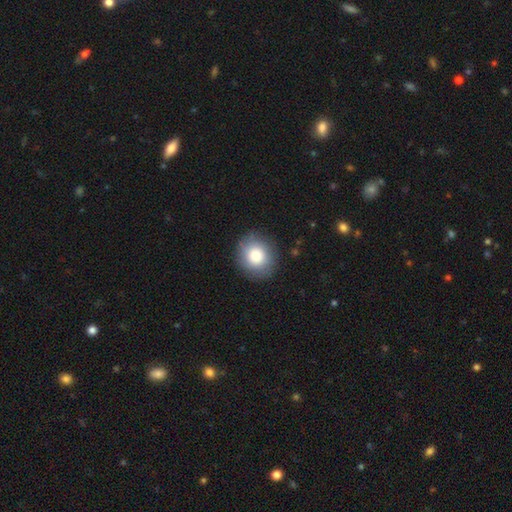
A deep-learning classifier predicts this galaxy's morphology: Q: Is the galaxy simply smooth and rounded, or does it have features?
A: smooth — 81%.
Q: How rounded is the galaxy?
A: round — 82%.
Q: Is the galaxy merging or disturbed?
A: none — 87%.